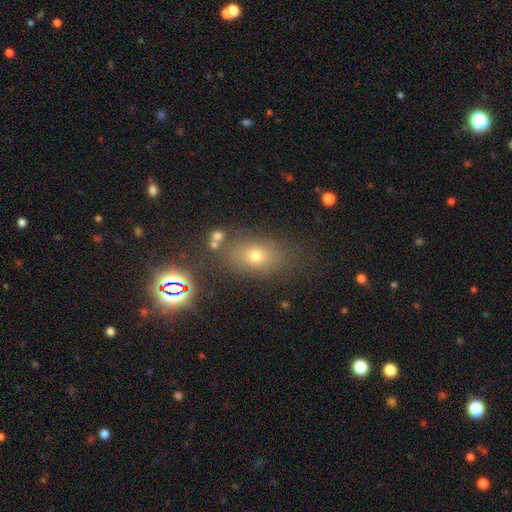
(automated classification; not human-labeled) Smooth or featured: smooth — 66% (star or artifact — 19%)
How rounded: in between — 73% (round — 24%)
Merging: none — 73% (minor disturbance — 14%)